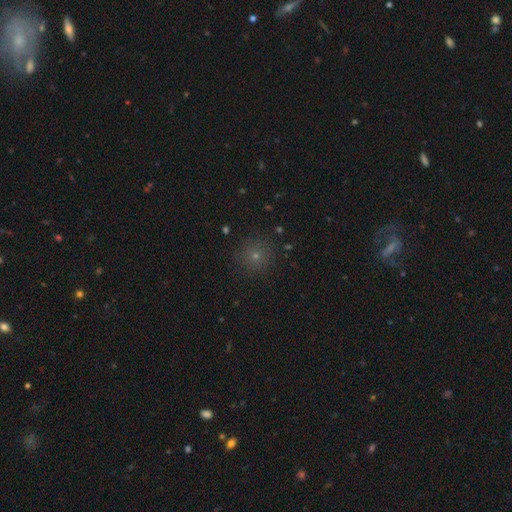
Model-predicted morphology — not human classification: This appears to be a smooth galaxy with no disk features (69%) that is round (94%). Merging: none (88%).